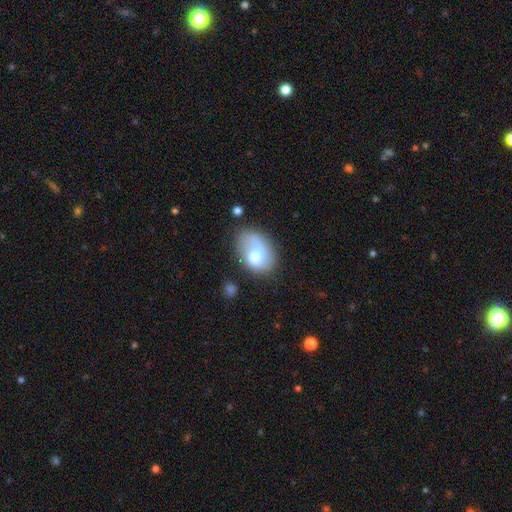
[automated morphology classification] Smooth or featured? smooth (67%)
How rounded? in between (76%)
Merging? none (39%)